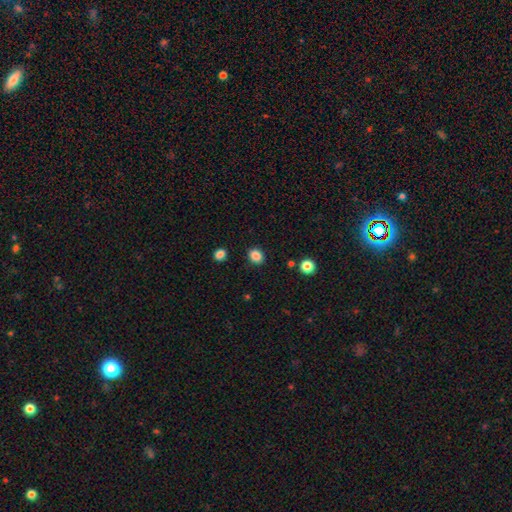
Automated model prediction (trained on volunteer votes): Smooth or featured?
  - smooth: 86% *
  - star or artifact: 11%
  - featured or disk: 3%
How rounded?
  - round: 64% *
  - in between: 35%
  - cigar-shaped: 1%
Merging?
  - none: 89% *
  - minor disturbance: 7%
  - major disturbance: 2%
  - merger: 2%